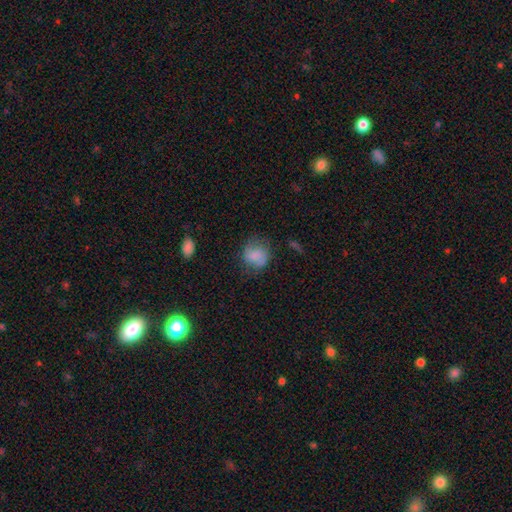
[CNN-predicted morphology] Smooth or featured?
  - smooth: 71% *
  - featured or disk: 19%
  - star or artifact: 10%
How rounded?
  - round: 69% *
  - in between: 29%
  - cigar-shaped: 1%
Merging?
  - none: 58% *
  - minor disturbance: 26%
  - major disturbance: 13%
  - merger: 3%